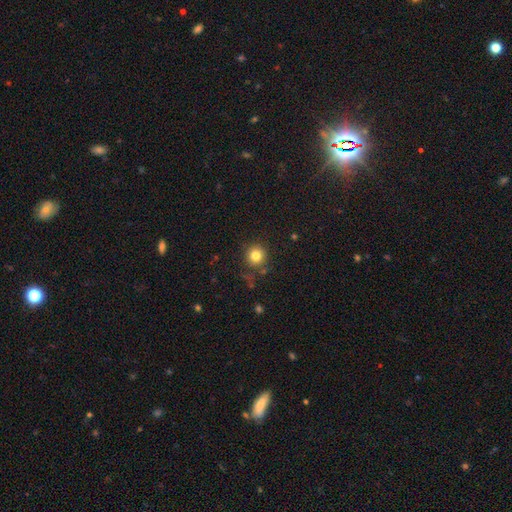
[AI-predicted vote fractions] smooth-or-featured: smooth: 81% | star or artifact: 12% | featured or disk: 7%
  how-rounded: round: 93% | in between: 6% | cigar-shaped: 1%
  merging: none: 84% | minor disturbance: 9% | merger: 3% | major disturbance: 3%